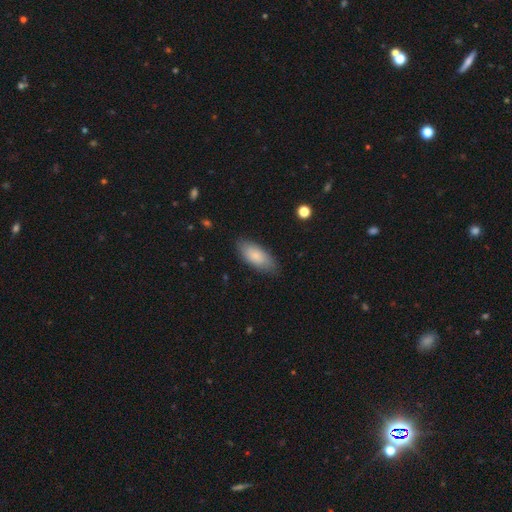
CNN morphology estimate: The model was most divided on "merging": none: 81%, minor disturbance: 15%, major disturbance: 3%, merger: 1%. More confident: how rounded — in between (86%); smooth or featured — smooth (82%).